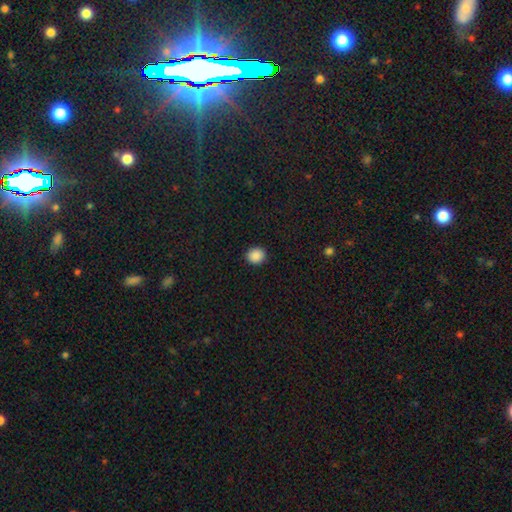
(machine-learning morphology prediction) Overall: smooth (89%). How rounded: round (82%). Merging: none (92%).